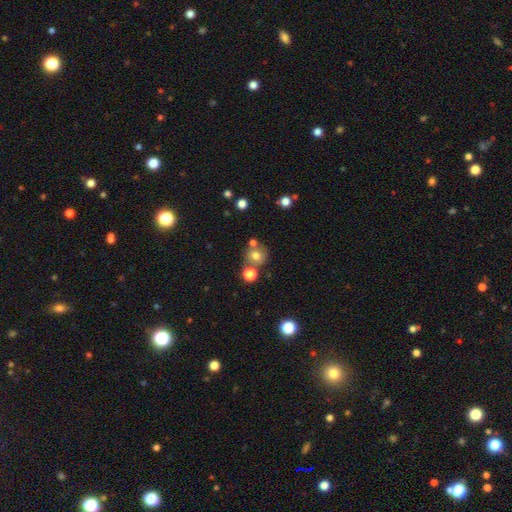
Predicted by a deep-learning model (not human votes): The model was most divided on "merging": none: 62%, merger: 24%, minor disturbance: 10%, major disturbance: 4%. More confident: how rounded — round (85%); smooth or featured — smooth (72%).